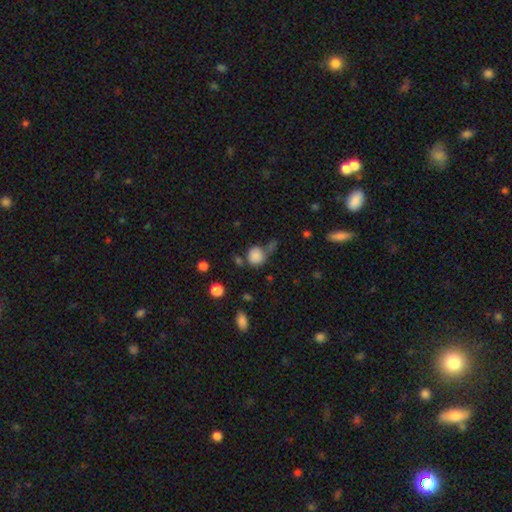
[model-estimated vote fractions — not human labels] smooth-or-featured: smooth: 82% | star or artifact: 11% | featured or disk: 7%
  how-rounded: round: 81% | in between: 18% | cigar-shaped: 1%
  merging: none: 48% | minor disturbance: 21% | merger: 18% | major disturbance: 12%